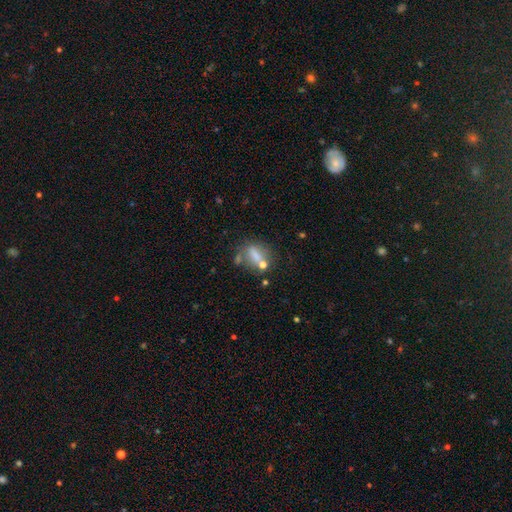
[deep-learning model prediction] This is possibly a smooth galaxy (60%). How rounded: likely in between (62%). Merging: possibly none (45%).